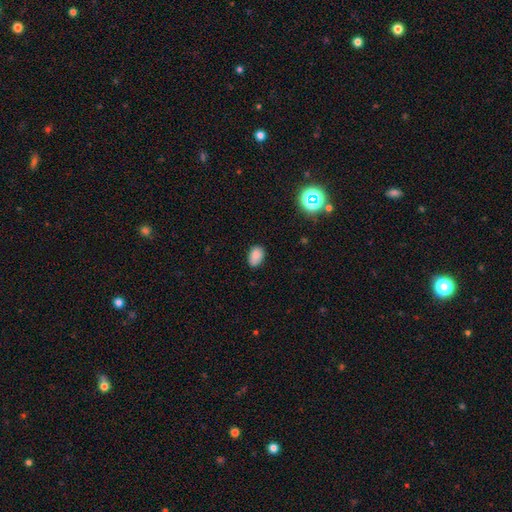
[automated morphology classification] Smooth or featured? smooth (85%)
How rounded? in between (86%)
Merging? none (80%)